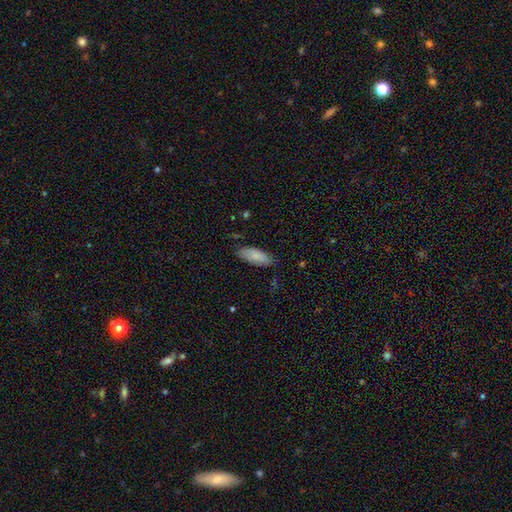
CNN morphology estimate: Overall: smooth (85%). How rounded: in between (78%). Merging: none (80%).